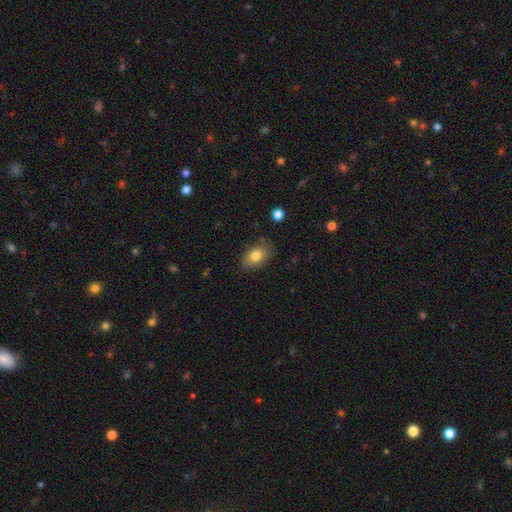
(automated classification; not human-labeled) Morphology: type=smooth (80%); roundness=in between (85%); merging=none (79%).